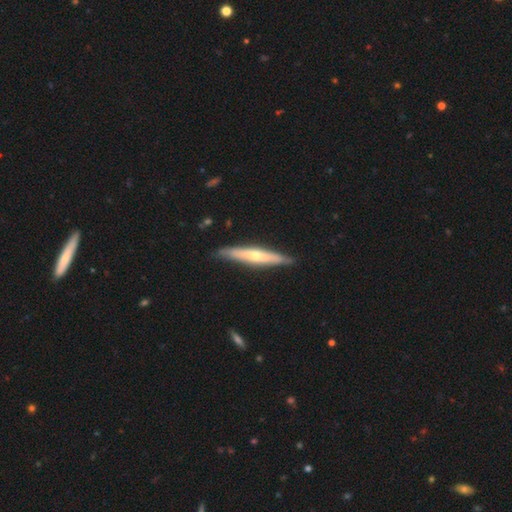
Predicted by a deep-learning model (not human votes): Morphology: type=featured or disk (58%); edge-on=yes (91%); edge-on bulge=rounded (77%); merging=none (87%).